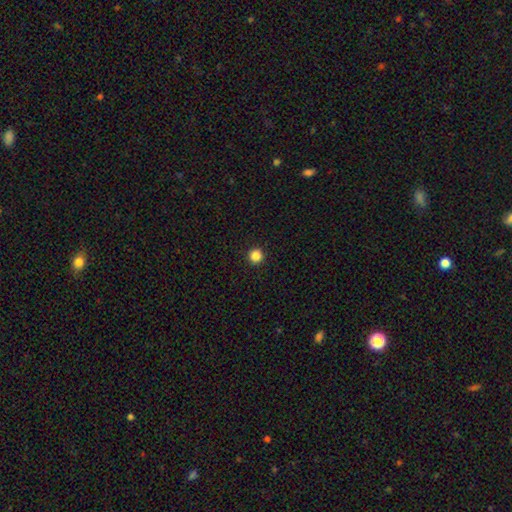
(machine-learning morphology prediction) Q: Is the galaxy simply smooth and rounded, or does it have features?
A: smooth — 86%.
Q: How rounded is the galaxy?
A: round — 96%.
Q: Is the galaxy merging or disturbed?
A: none — 94%.